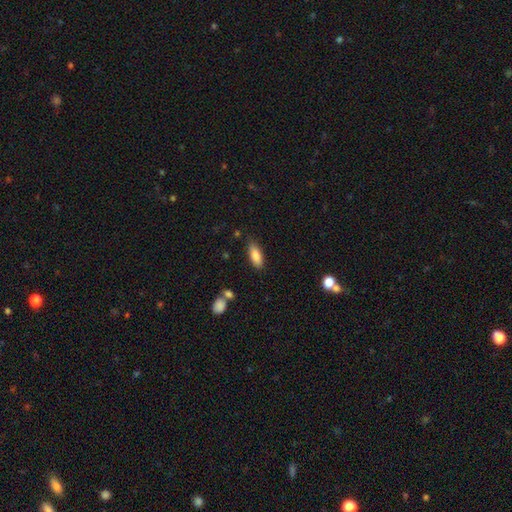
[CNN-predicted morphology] Smooth or featured: smooth — 85% (featured or disk — 8%)
How rounded: in between — 76% (cigar-shaped — 22%)
Merging: none — 80% (minor disturbance — 13%)